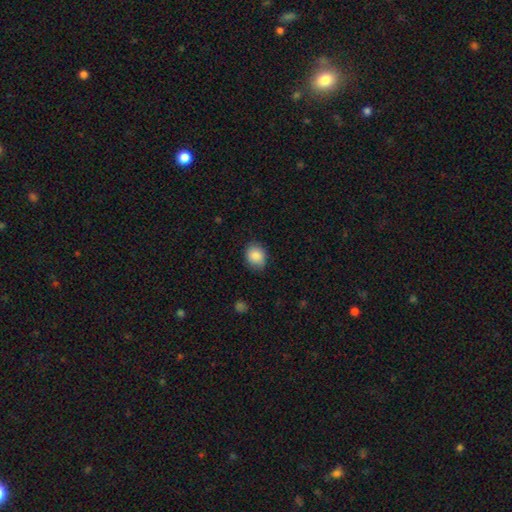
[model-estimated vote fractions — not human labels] Q: Smooth or featured?
A: smooth (88%); runner-up: star or artifact (8%)
Q: How rounded?
A: round (54%); runner-up: in between (45%)
Q: Merging?
A: none (83%); runner-up: minor disturbance (14%)